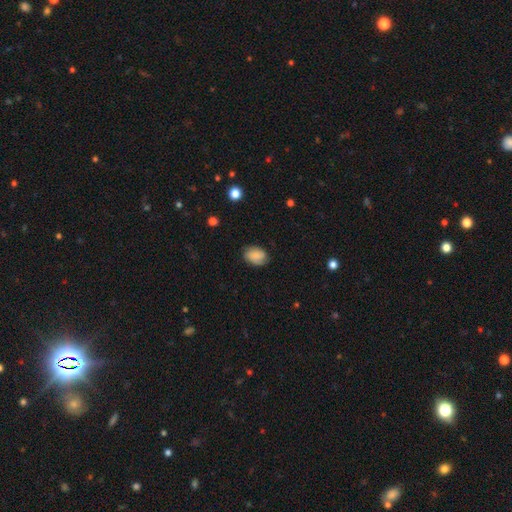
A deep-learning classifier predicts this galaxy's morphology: The model was most divided on "smooth or featured": smooth: 64%, featured or disk: 27%, star or artifact: 9%. More confident: how rounded — in between (80%); merging — none (74%).